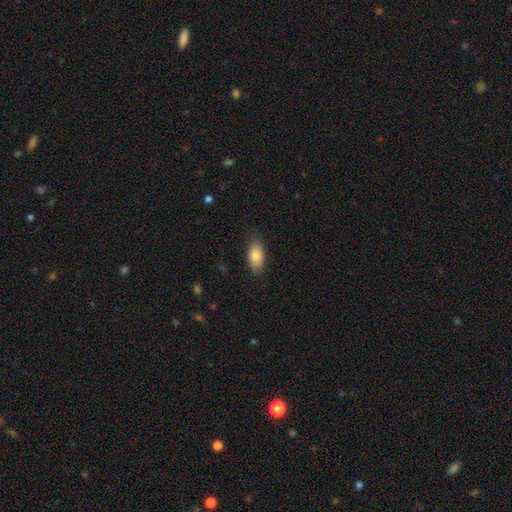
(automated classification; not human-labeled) smooth 82%, featured or disk 11%, star or artifact 7%. Down the decision tree: how rounded — in between (89%); merging — none (84%).